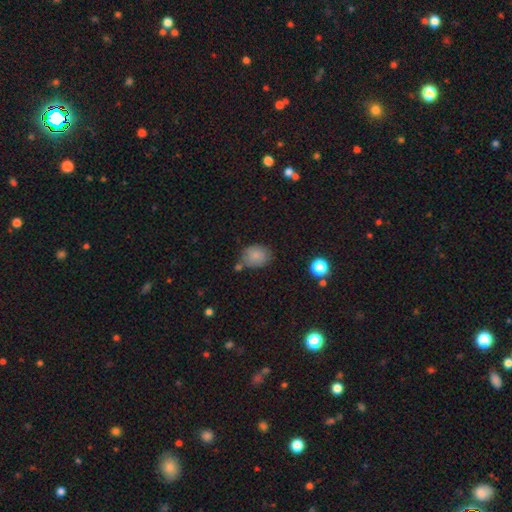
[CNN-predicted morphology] Smooth or featured? Predicted: smooth (p=0.82). How rounded? Predicted: in between (p=0.55). Merging? Predicted: none (p=0.63).